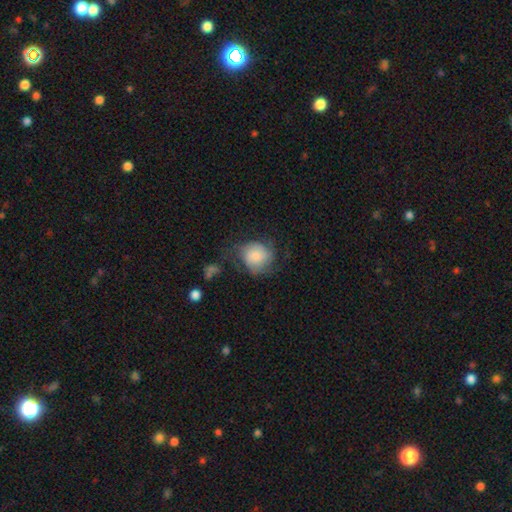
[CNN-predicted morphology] smooth 64%, featured or disk 28%, star or artifact 8%. Down the decision tree: how rounded — round (78%); merging — none (42%).